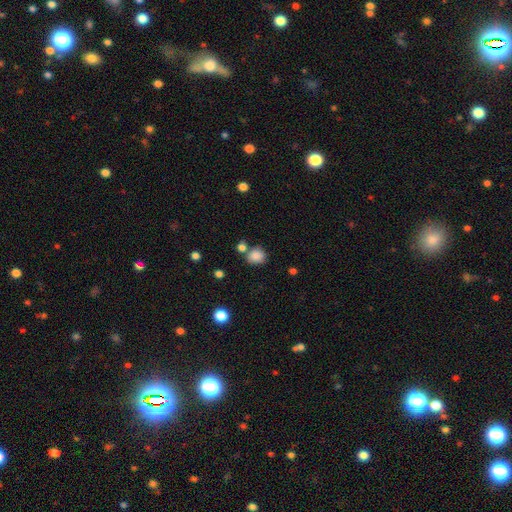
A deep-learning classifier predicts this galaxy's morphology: Smooth or featured? Predicted: smooth (p=0.85). How rounded? Predicted: round (p=0.72). Merging? Predicted: none (p=0.64).